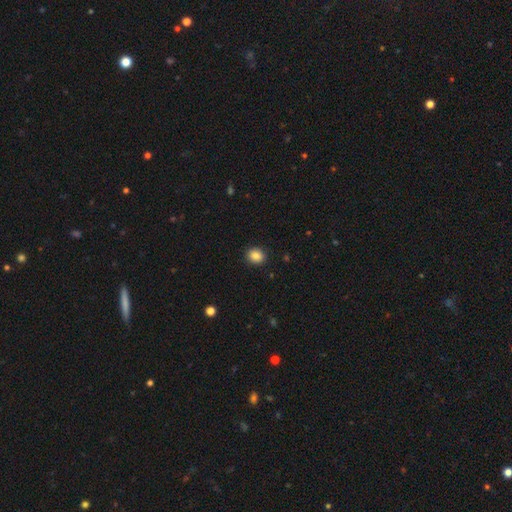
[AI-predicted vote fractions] smooth-or-featured: smooth: 86% | star or artifact: 10% | featured or disk: 4%
  how-rounded: round: 69% | in between: 30% | cigar-shaped: 1%
  merging: none: 91% | minor disturbance: 6% | major disturbance: 2% | merger: 1%